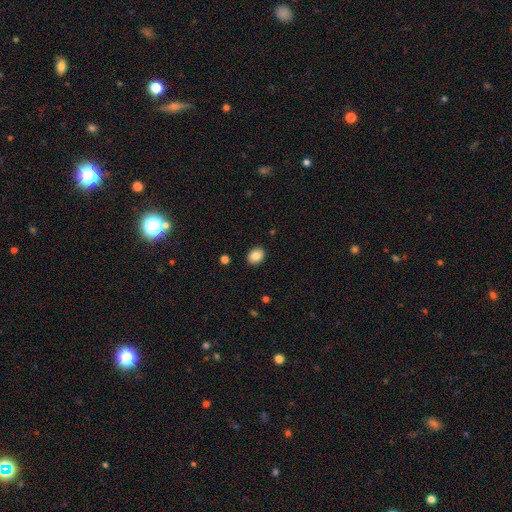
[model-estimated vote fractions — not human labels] Smooth or featured? Predicted: smooth (p=0.84). How rounded? Predicted: in between (p=0.51). Merging? Predicted: none (p=0.90).